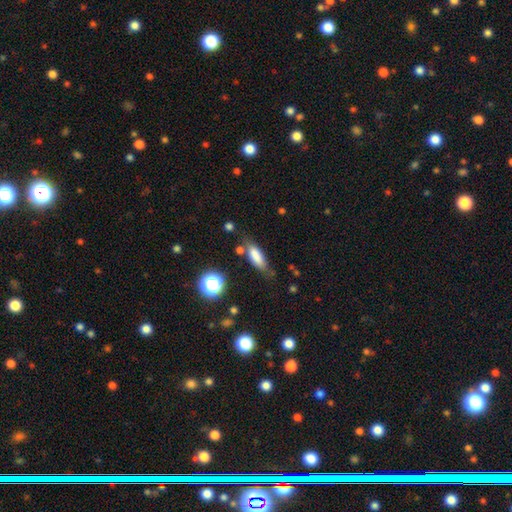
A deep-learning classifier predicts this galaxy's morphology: This appears to be a smooth galaxy with no disk features (77%) that is in between round and cigar-shaped (61%). Merging: none (63%).